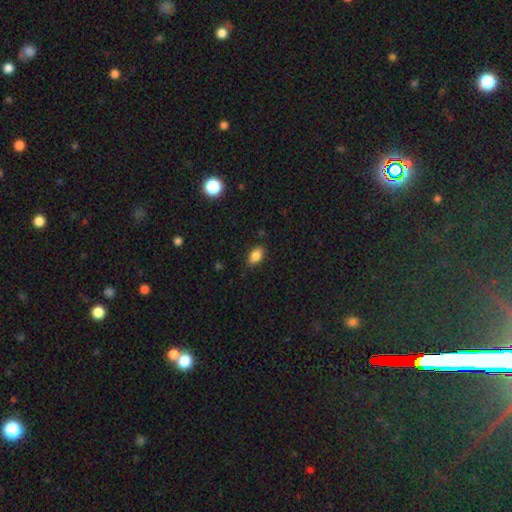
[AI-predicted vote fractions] Overall: smooth (85%). How rounded: in between (90%). Merging: none (85%).